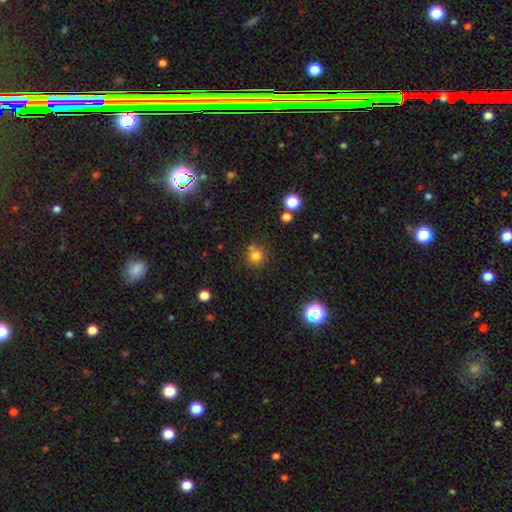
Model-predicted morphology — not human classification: Smooth or featured? Predicted: smooth (p=0.79). How rounded? Predicted: round (p=0.92). Merging? Predicted: none (p=0.75).